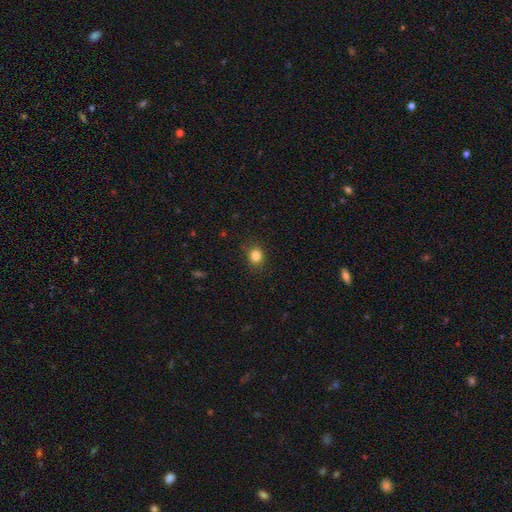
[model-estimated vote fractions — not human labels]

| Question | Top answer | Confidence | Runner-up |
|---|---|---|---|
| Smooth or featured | smooth | 84% | star or artifact (12%) |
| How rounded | round | 69% | in between (30%) |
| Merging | none | 87% | minor disturbance (10%) |